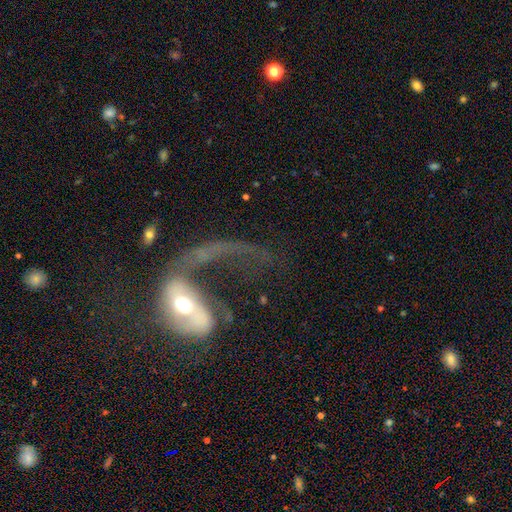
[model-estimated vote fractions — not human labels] Smooth or featured? featured or disk (68%)
Edge-on disk? no (92%)
Bar? no (54%)
Spiral arms? yes (68%)
Bulge size? moderate (62%)
Merging? major disturbance (51%)